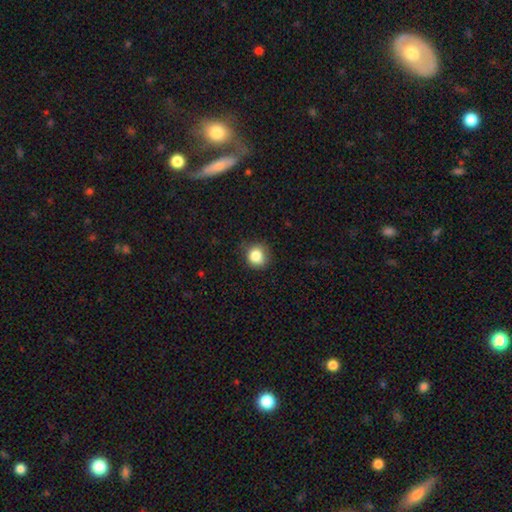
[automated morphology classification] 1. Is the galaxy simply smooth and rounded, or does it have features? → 84% smooth, 10% star or artifact, 6% featured or disk.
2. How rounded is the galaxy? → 84% round, 16% in between, 1% cigar-shaped.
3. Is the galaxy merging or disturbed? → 75% none, 19% minor disturbance, 4% major disturbance, 1% merger.